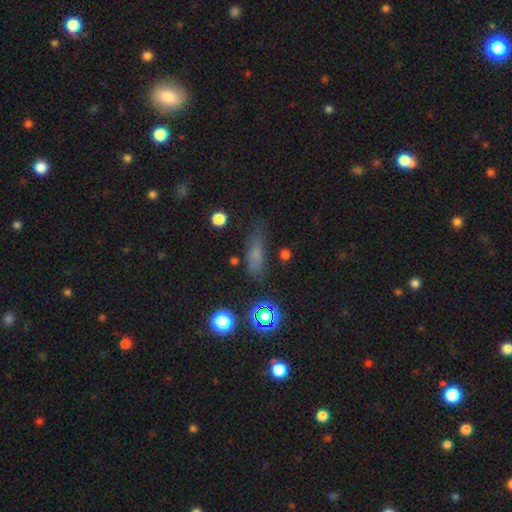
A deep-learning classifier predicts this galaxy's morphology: This is likely a smooth galaxy (66%). How rounded: possibly in between (49%). Merging: likely none (68%).